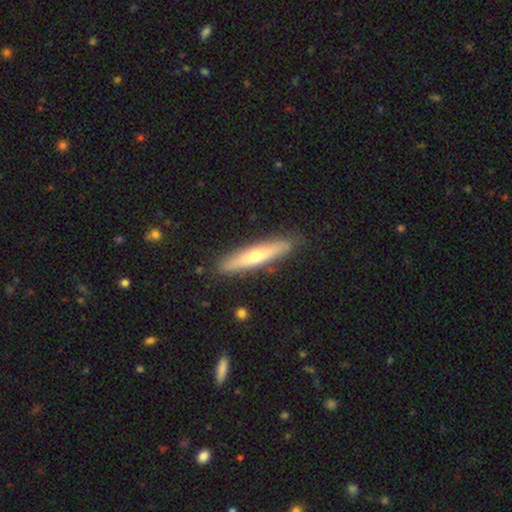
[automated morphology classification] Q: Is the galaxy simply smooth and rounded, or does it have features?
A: featured or disk — 49%.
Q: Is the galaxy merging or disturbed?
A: none — 88%.